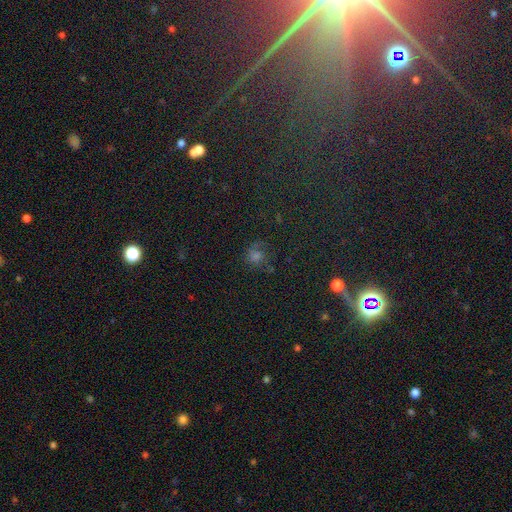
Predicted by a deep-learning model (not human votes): Overall: smooth (48%; star or artifact 37%). Merging: none (66%).